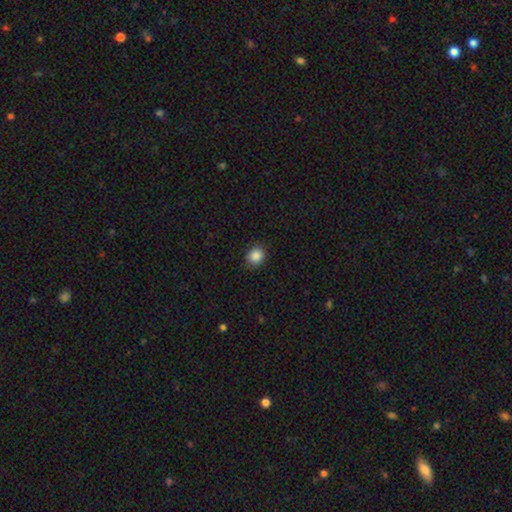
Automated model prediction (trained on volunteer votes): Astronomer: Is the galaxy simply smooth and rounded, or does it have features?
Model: smooth — 87%.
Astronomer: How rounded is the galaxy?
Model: round — 70%.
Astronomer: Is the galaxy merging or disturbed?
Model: none — 86%.